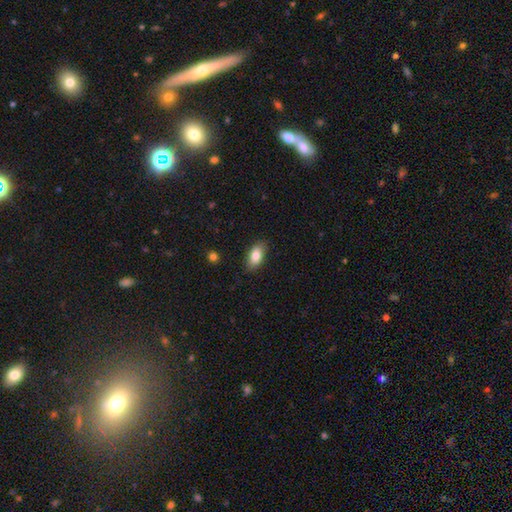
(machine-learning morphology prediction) Smooth or featured: smooth — 82% (featured or disk — 11%)
How rounded: in between — 90% (cigar-shaped — 6%)
Merging: none — 85% (minor disturbance — 12%)